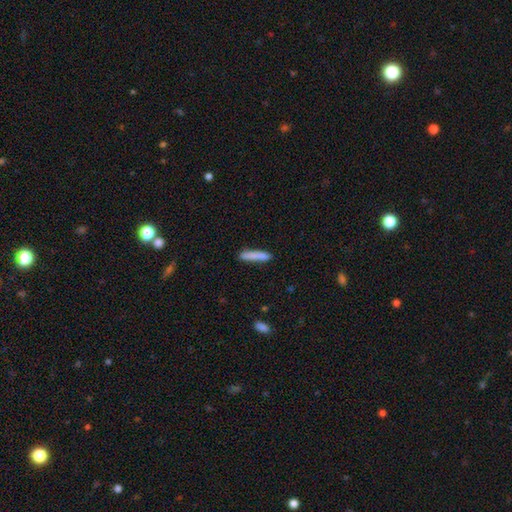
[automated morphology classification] smooth-or-featured: smooth: 82% | featured or disk: 11% | star or artifact: 6%
  how-rounded: cigar-shaped: 90% | in between: 9% | round: 1%
  merging: none: 81% | minor disturbance: 14% | major disturbance: 3% | merger: 3%